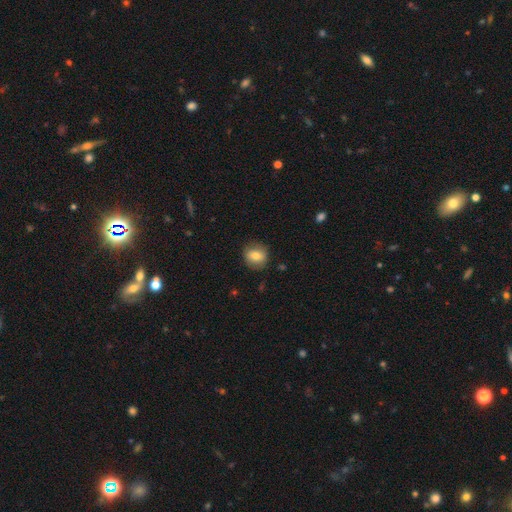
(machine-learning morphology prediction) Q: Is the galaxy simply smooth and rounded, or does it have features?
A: smooth — 76%.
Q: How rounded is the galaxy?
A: round — 76%.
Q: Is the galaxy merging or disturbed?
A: none — 84%.